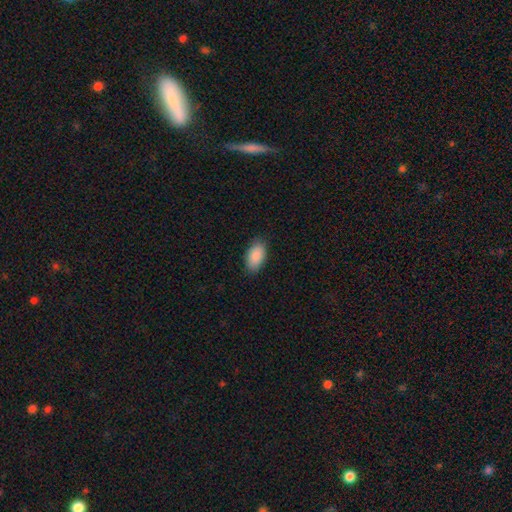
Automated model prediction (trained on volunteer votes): smooth_or_featured: smooth (p=0.90) [alt: star or artifact p=0.06]
how_rounded: in between (p=0.94) [alt: round p=0.03]
merging: none (p=0.87) [alt: minor disturbance p=0.10]